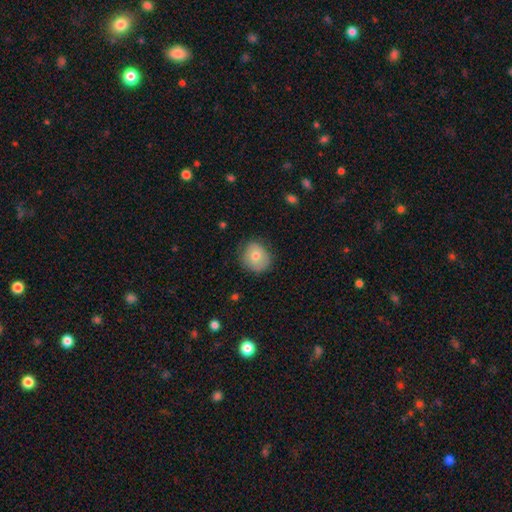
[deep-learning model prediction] Smooth or featured: smooth — 72% (featured or disk — 20%)
How rounded: round — 79% (in between — 20%)
Merging: none — 74% (minor disturbance — 21%)